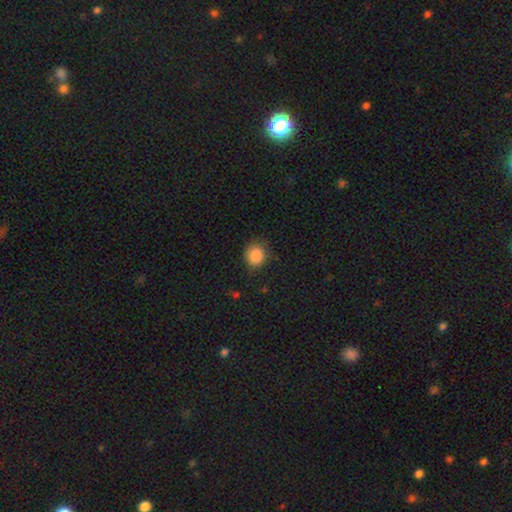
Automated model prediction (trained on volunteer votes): smooth 87%, star or artifact 9%, featured or disk 5%. Down the decision tree: how rounded — round (73%); merging — none (80%).